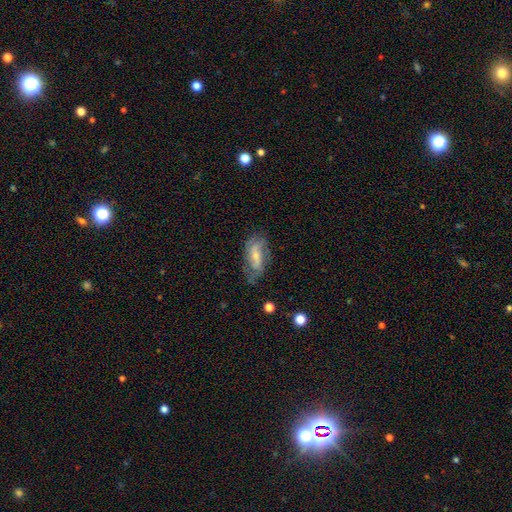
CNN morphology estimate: Overall: featured or disk (58%; smooth 35%). Edge-on disk: no (90%). Bar: weak (40%; no 38%). Spiral arms: yes (77%). Bulge size: small (57%; moderate 33%). Merging: none (61%; minor disturbance 25%).